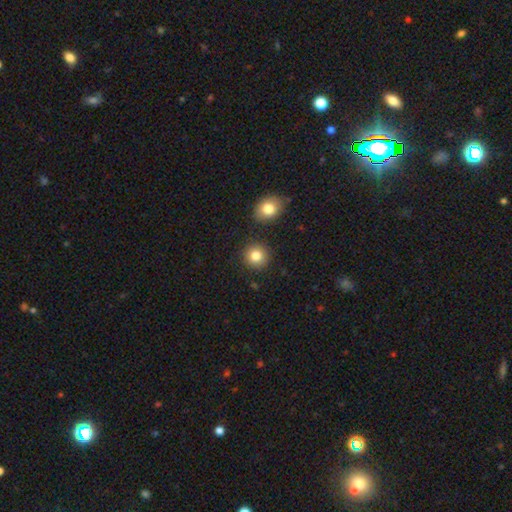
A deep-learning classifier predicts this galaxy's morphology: smooth_or_featured: smooth (p=0.83) [alt: star or artifact p=0.10]
how_rounded: round (p=0.91) [alt: in between p=0.08]
merging: none (p=0.87) [alt: minor disturbance p=0.07]